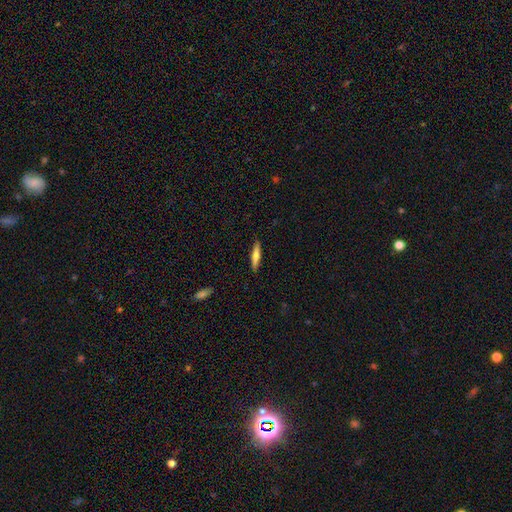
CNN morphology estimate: Smooth or featured? Predicted: smooth (p=0.59). How rounded? Predicted: cigar-shaped (p=0.85). Merging? Predicted: none (p=0.89).